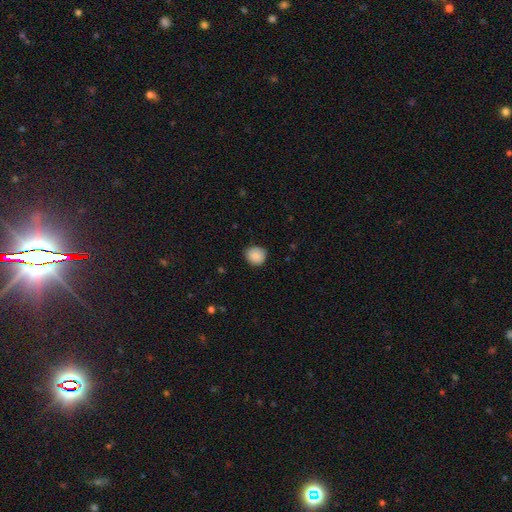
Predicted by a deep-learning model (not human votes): The model was most divided on "how rounded": round: 81%, in between: 18%, cigar-shaped: 1%. More confident: smooth or featured — smooth (88%); merging — none (81%).